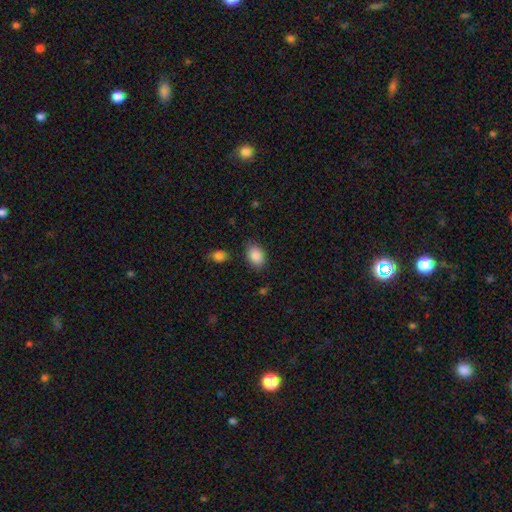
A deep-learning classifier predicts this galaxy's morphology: This is clearly a smooth galaxy (89%). How rounded: clearly in between (84%). Merging: clearly none (81%).